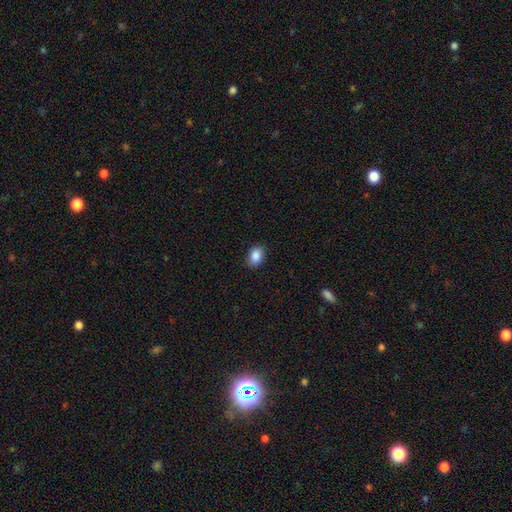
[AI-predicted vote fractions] A smooth galaxy with no disk features (88%) that is in between round and cigar-shaped (76%). Merging: none (86%).